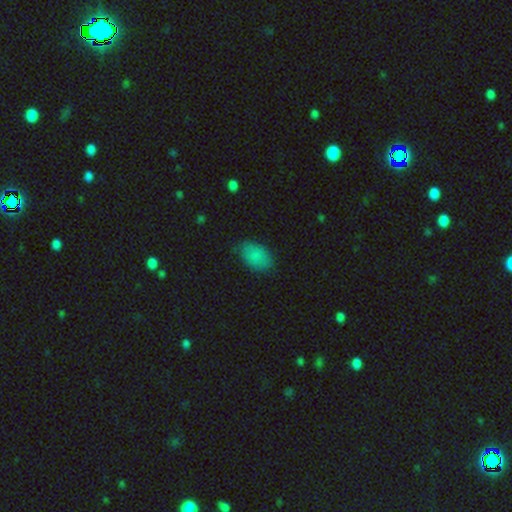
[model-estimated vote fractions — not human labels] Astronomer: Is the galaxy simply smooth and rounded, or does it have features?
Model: smooth — 84%.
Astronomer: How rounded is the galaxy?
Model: in between — 90%.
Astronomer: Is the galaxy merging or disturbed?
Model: none — 73%.